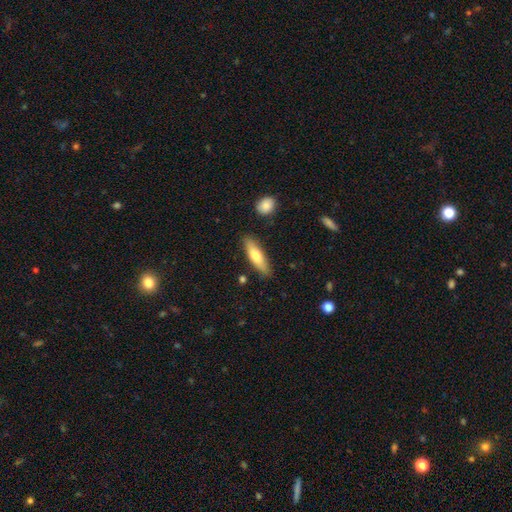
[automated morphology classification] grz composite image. It shows a smooth galaxy with no disk features (68%) that is cigar-shaped (63%). Merging: none (84%).